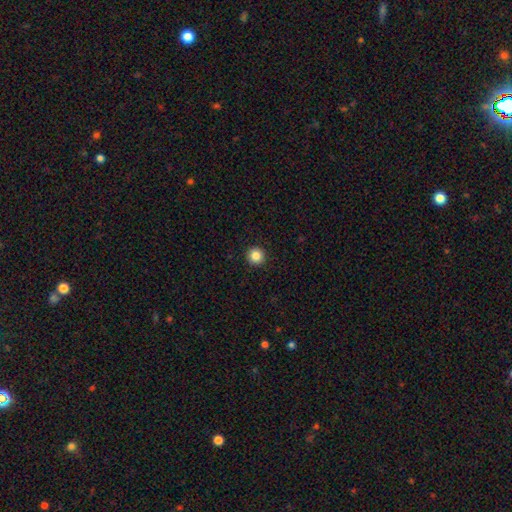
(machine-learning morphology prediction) Q: Smooth or featured?
A: smooth (85%); runner-up: star or artifact (11%)
Q: How rounded?
A: round (96%); runner-up: in between (3%)
Q: Merging?
A: none (94%); runner-up: minor disturbance (4%)